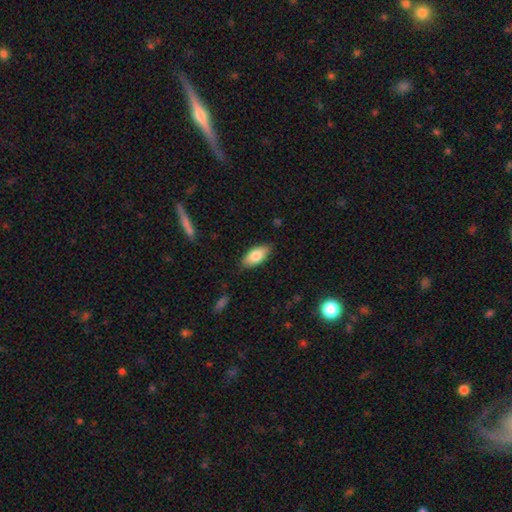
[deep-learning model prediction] A smooth galaxy with no disk features (81%) that is in between round and cigar-shaped (91%). Merging: none (85%).